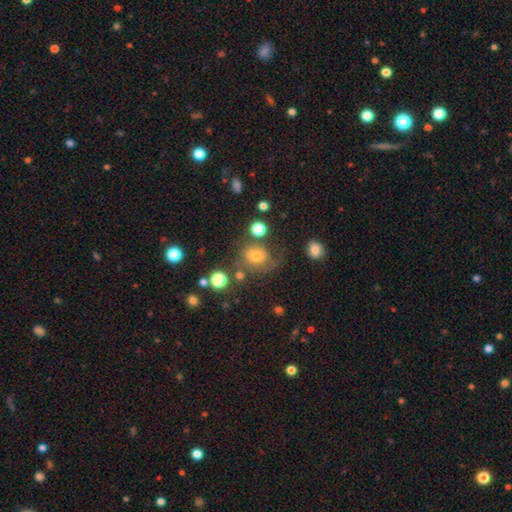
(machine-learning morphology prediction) Q: Smooth or featured?
A: smooth (58%); runner-up: featured or disk (25%)
Q: How rounded?
A: round (72%); runner-up: in between (27%)
Q: Merging?
A: none (56%); runner-up: minor disturbance (20%)